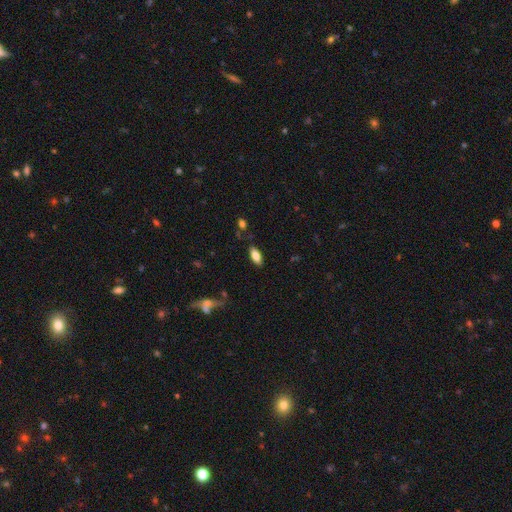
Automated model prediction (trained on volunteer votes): Smooth or featured: smooth — 82% (featured or disk — 10%)
How rounded: in between — 85% (cigar-shaped — 13%)
Merging: none — 82% (minor disturbance — 13%)